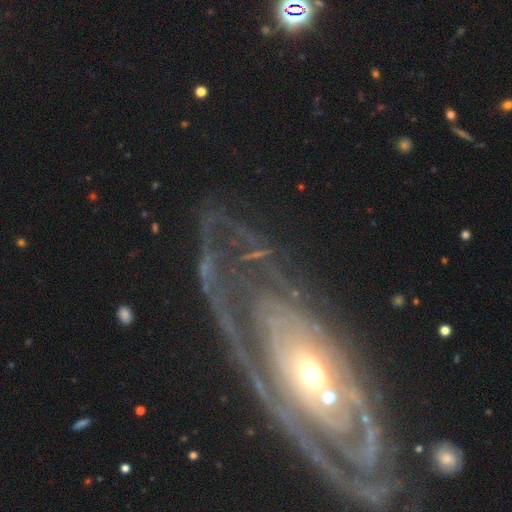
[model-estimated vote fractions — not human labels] Overall: featured or disk (83%). Edge-on disk: no (91%). Bar: no (77%). Spiral arms: yes (82%). Spiral arm count: can't tell (42%; 2 20%). Spiral winding: tight (71%). Bulge size: moderate (50%; small 39%). Merging: none (68%).